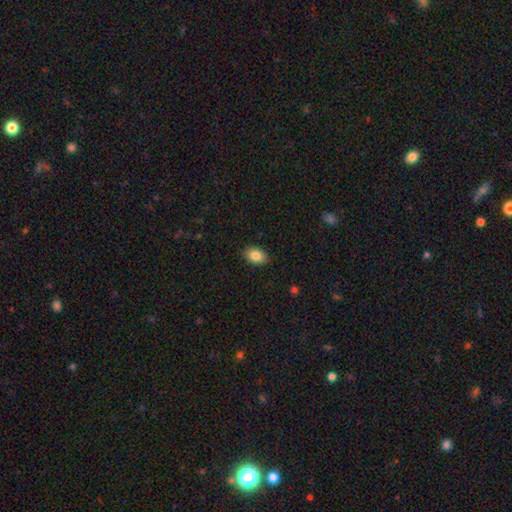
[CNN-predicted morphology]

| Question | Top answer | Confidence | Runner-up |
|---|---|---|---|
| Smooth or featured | smooth | 85% | featured or disk (8%) |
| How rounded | in between | 88% | round (11%) |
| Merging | none | 89% | minor disturbance (9%) |